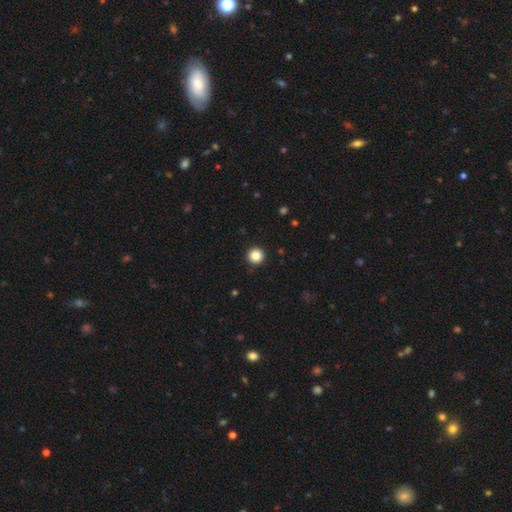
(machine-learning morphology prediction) A smooth galaxy with no disk features (86%) that is round (97%).

Vote fractions:
- Smooth or featured? smooth: 86% / star or artifact: 11% / featured or disk: 4%
- How rounded? round: 97% / in between: 3% / cigar-shaped: 1%
- Merging? none: 93% / minor disturbance: 4% / major disturbance: 2% / merger: 1%